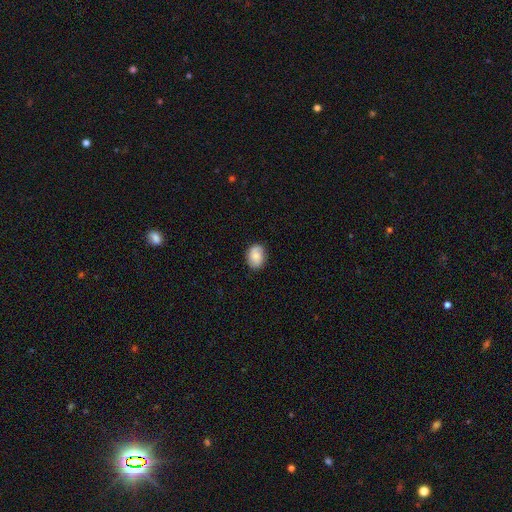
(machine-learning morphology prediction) smooth 73%, featured or disk 20%, star or artifact 8%. Down the decision tree: how rounded — in between (65%); merging — none (81%).